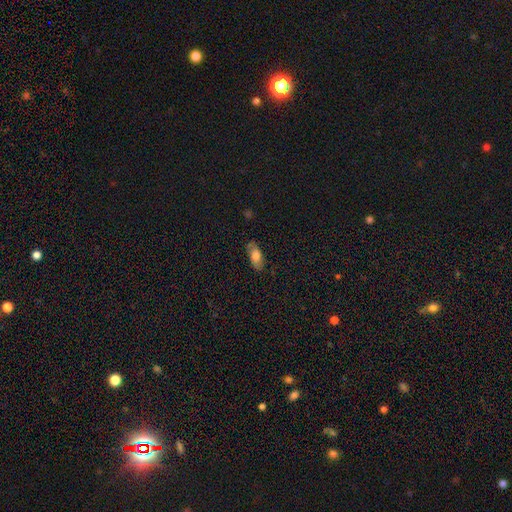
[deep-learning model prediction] smooth_or_featured: smooth (p=0.69) [alt: featured or disk p=0.23]
how_rounded: in between (p=0.85) [alt: cigar-shaped p=0.12]
merging: none (p=0.75) [alt: minor disturbance p=0.19]